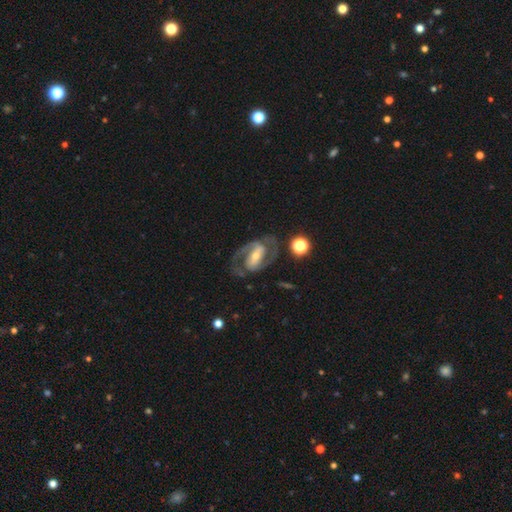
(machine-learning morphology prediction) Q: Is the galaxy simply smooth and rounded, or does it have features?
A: featured or disk — 87%.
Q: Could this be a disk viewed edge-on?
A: no — 97%.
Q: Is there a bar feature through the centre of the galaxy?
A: strong — 51%.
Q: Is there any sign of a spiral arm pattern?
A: yes — 93%.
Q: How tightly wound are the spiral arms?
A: medium — 56%.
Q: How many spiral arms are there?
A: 2 — 90%.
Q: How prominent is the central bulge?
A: small — 46%, tied with moderate.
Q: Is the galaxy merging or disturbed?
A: none — 72%.